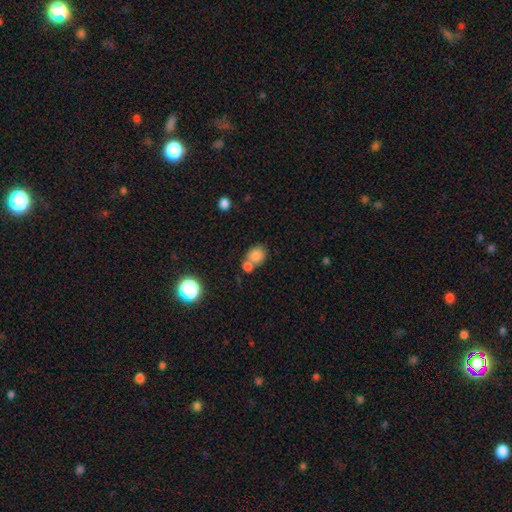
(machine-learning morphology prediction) smooth-or-featured: smooth: 81% | star or artifact: 11% | featured or disk: 8%
  how-rounded: round: 67% | in between: 32% | cigar-shaped: 1%
  merging: none: 44% | merger: 43% | minor disturbance: 10% | major disturbance: 4%